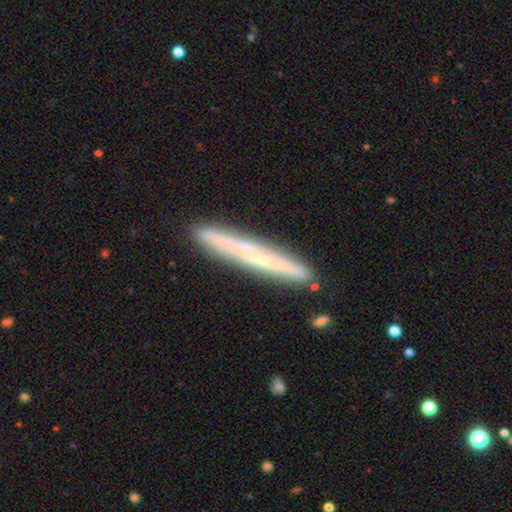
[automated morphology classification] type=featured or disk (56%); edge-on=yes (89%); merging=none (86%).